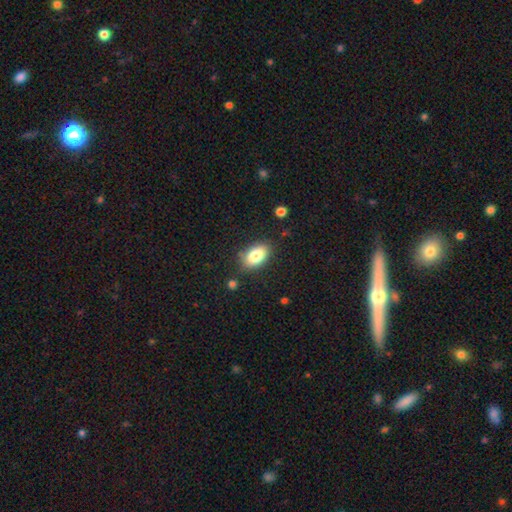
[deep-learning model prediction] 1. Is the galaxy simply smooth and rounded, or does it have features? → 81% smooth, 11% featured or disk, 8% star or artifact.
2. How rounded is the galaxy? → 90% in between, 8% round, 2% cigar-shaped.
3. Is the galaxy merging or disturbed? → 81% none, 13% minor disturbance, 3% major disturbance, 3% merger.